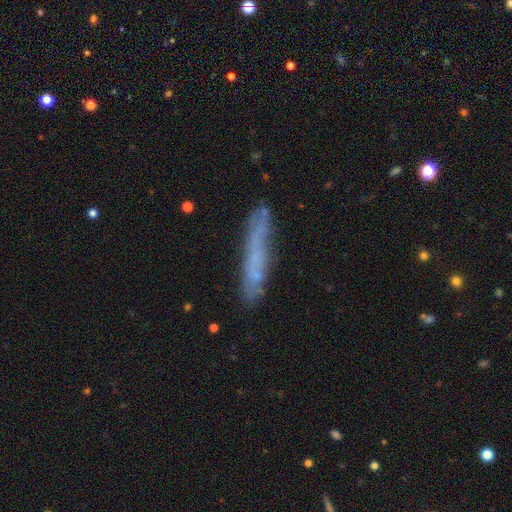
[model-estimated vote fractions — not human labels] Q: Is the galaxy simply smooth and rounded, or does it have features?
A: smooth — 52%.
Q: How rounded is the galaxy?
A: cigar-shaped — 93%.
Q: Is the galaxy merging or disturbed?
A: none — 75%.